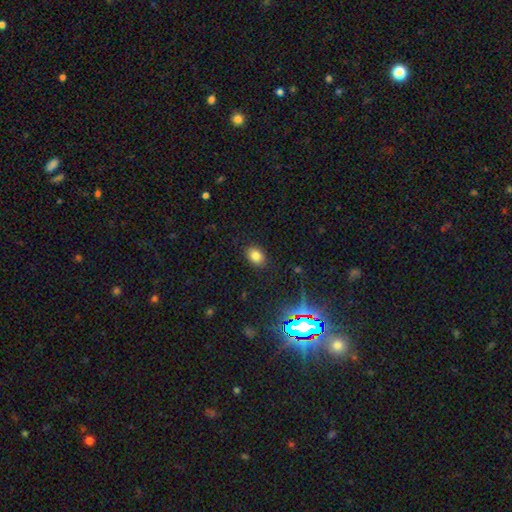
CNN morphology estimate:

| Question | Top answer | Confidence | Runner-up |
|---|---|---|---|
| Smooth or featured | smooth | 79% | star or artifact (14%) |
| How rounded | in between | 64% | round (35%) |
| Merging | none | 86% | minor disturbance (10%) |